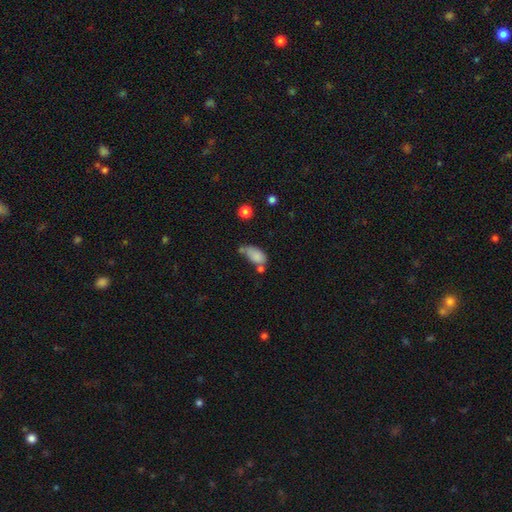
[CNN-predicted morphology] Q: Smooth or featured?
A: smooth (80%); runner-up: featured or disk (10%)
Q: How rounded?
A: in between (90%); runner-up: round (6%)
Q: Merging?
A: none (35%); runner-up: minor disturbance (28%)